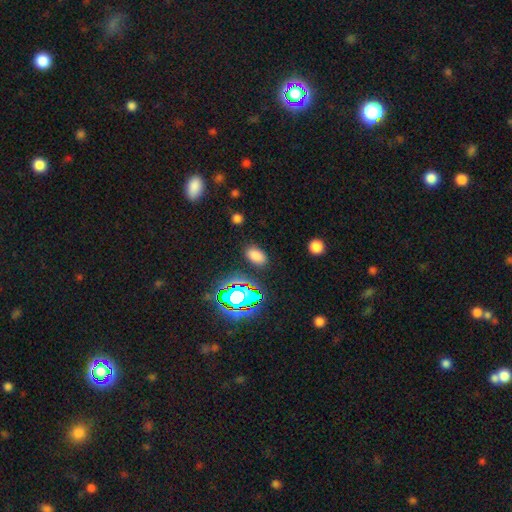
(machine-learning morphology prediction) type=smooth (74%); roundness=in between (89%); merging=none (85%).